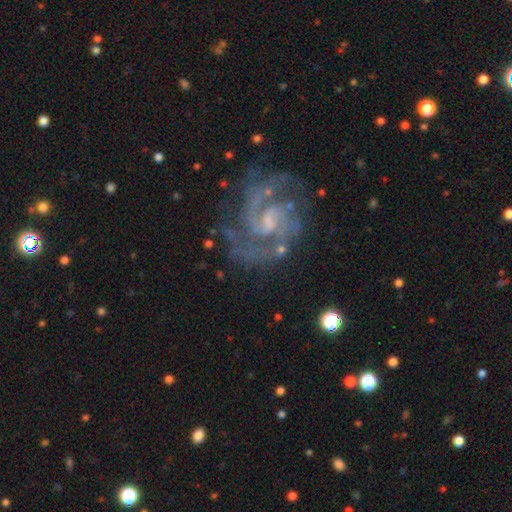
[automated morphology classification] Smooth or featured?
  - featured or disk: 87% *
  - star or artifact: 9%
  - smooth: 4%
Edge-on disk?
  - no: 98% *
  - yes: 2%
Bar?
  - weak: 55% *
  - no: 29%
  - strong: 16%
Spiral arms?
  - yes: 97% *
  - no: 3%
Spiral winding?
  - medium: 52% *
  - tight: 36%
  - loose: 12%
Spiral arm count?
  - 2: 67% *
  - 3: 12%
  - can't tell: 10%
  - 1: 4%
  - 4: 4%
  - more than 4: 3%
Bulge size?
  - small: 53% *
  - none: 23%
  - moderate: 21%
  - large: 2%
  - dominant: 1%
Merging?
  - none: 72% *
  - minor disturbance: 16%
  - major disturbance: 10%
  - merger: 3%